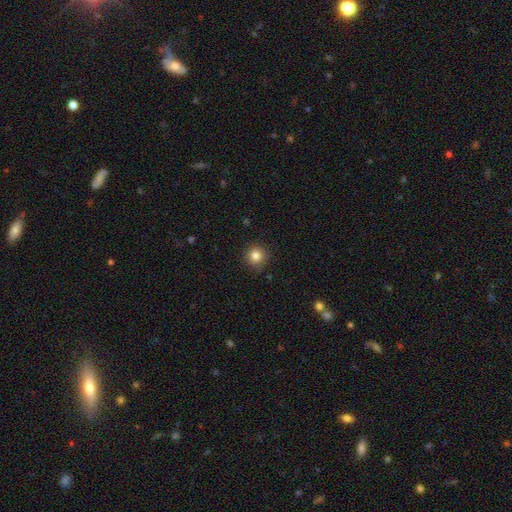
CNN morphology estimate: Overall: smooth (83%). How rounded: round (94%). Merging: none (90%).